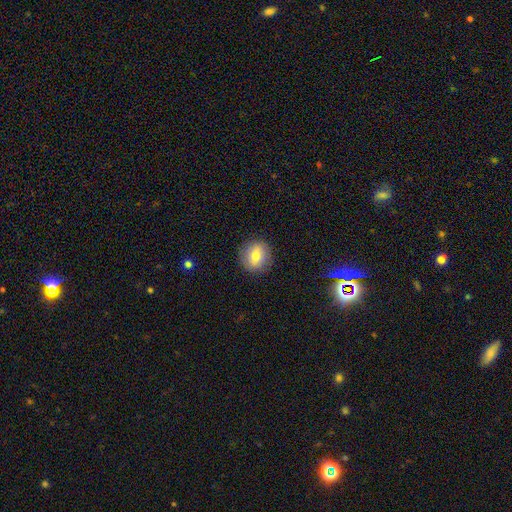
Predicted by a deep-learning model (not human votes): Smooth or featured? smooth (74%)
How rounded? round (83%)
Merging? none (88%)